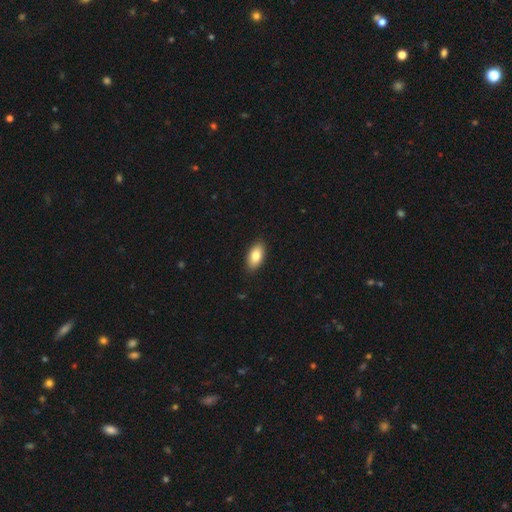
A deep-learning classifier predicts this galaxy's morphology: Smooth or featured? smooth (83%)
How rounded? in between (92%)
Merging? none (89%)